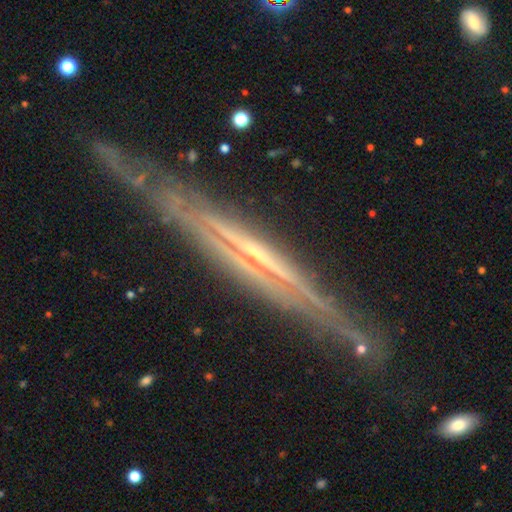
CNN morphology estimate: featured or disk 85%, smooth 8%, star or artifact 8%. Down the decision tree: edge-on disk — yes (94%); edge-on bulge — none (59%); merging — none (77%).